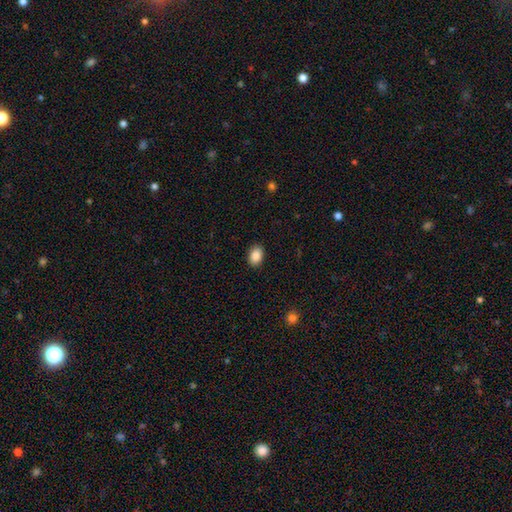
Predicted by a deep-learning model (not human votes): Morphology: type=smooth (88%); roundness=in between (81%); merging=none (90%).